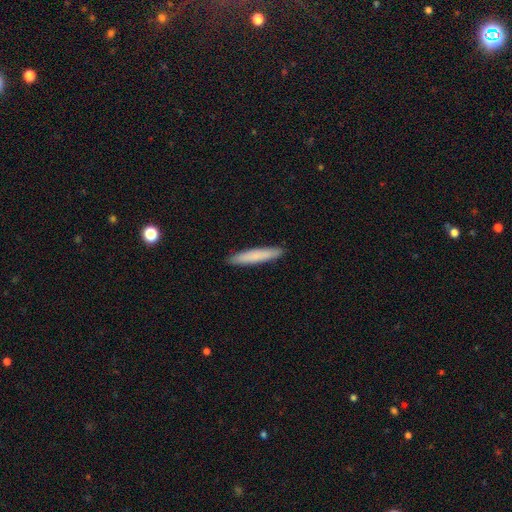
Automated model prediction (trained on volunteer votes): Overall: smooth (79%). How rounded: cigar-shaped (93%). Merging: none (92%).